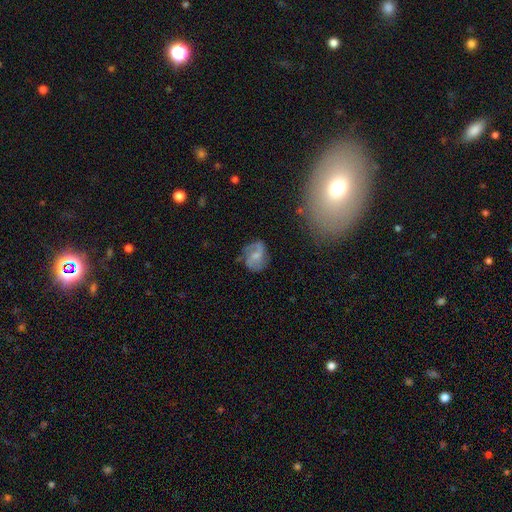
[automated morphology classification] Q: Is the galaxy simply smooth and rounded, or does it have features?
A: featured or disk — 65%.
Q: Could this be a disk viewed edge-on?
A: no — 97%.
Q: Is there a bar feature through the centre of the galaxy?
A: weak — 45%.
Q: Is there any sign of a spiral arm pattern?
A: yes — 88%.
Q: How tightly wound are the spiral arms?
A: medium — 45%.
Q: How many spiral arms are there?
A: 2 — 73%.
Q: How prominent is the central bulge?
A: small — 47%.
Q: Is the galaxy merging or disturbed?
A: none — 65%.